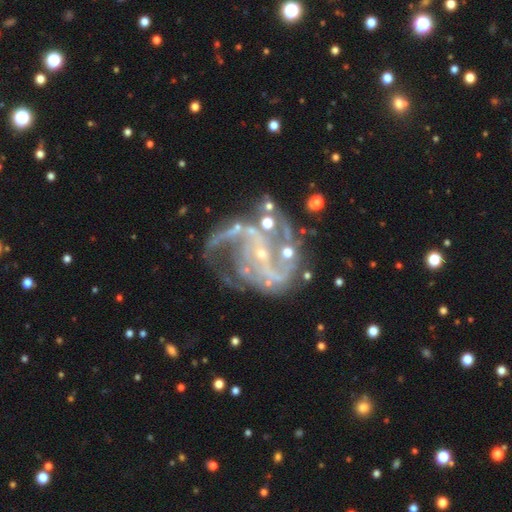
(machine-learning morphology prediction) smooth_or_featured: featured or disk (p=0.86) [alt: star or artifact p=0.09]
disk_edge_on: no (p=0.98) [alt: yes p=0.02]
bar: weak (p=0.35) [alt: no p=0.34]
has_spiral_arms: yes (p=0.91) [alt: no p=0.09]
spiral_winding: medium (p=0.42) [alt: loose p=0.40]
spiral_arm_count: 2 (p=0.51) [alt: can't tell p=0.17]
bulge_size: small (p=0.81) [alt: moderate p=0.09]
merging: none (p=0.40) [alt: major disturbance p=0.31]